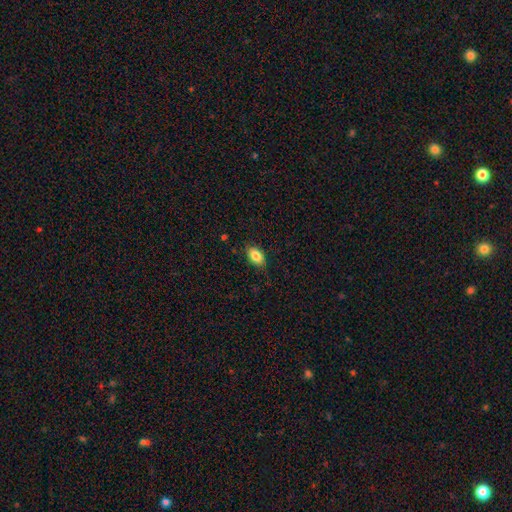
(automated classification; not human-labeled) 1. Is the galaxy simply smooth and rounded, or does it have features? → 86% smooth, 8% star or artifact, 7% featured or disk.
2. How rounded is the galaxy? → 89% in between, 10% round, 2% cigar-shaped.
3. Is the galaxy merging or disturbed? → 85% none, 11% minor disturbance, 2% major disturbance, 1% merger.